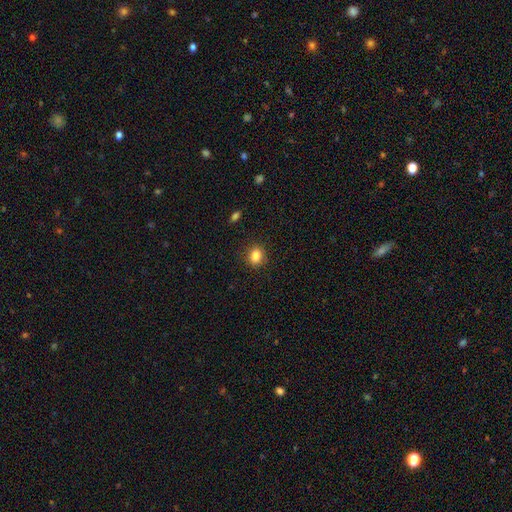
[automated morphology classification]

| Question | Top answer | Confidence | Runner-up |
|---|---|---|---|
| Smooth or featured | smooth | 84% | star or artifact (10%) |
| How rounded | round | 58% | in between (41%) |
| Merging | none | 88% | minor disturbance (9%) |